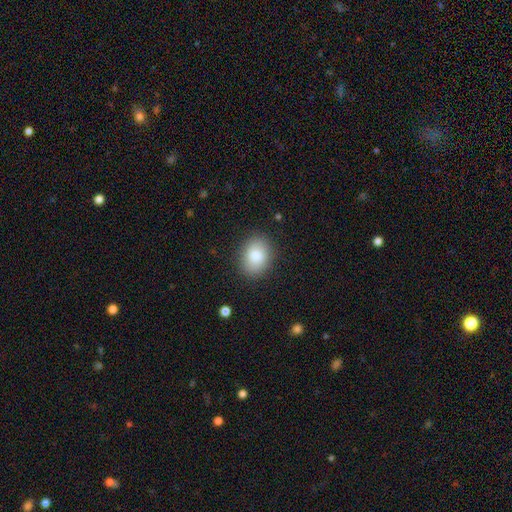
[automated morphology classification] The model was most divided on "how rounded": in between: 59%, round: 40%, cigar-shaped: 1%. More confident: merging — none (86%); smooth or featured — smooth (83%).